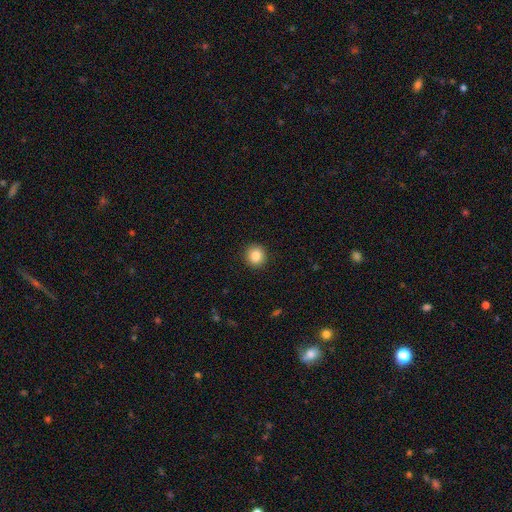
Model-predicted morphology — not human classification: smooth_or_featured: smooth (p=0.85) [alt: star or artifact p=0.09]
how_rounded: round (p=0.89) [alt: in between p=0.10]
merging: none (p=0.92) [alt: minor disturbance p=0.05]